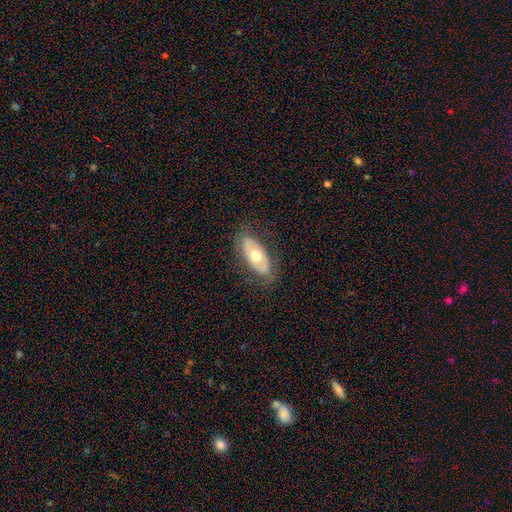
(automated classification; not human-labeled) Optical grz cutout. It shows a smooth galaxy with no disk features (47%, tied with featured or disk). Merging: none (80%).